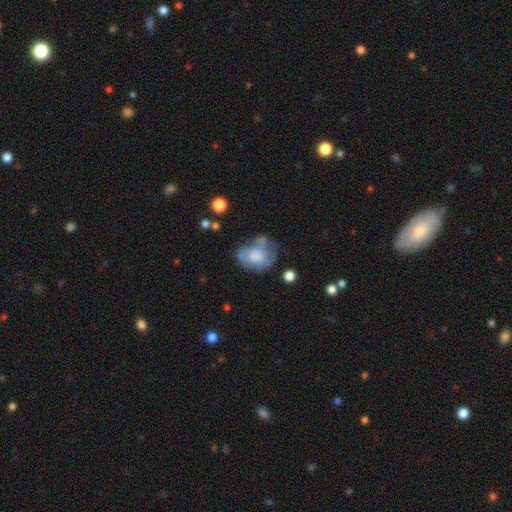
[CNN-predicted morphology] smooth_or_featured: smooth (p=0.58) [alt: featured or disk p=0.34]
how_rounded: in between (p=0.65) [alt: round p=0.34]
merging: none (p=0.30) [alt: minor disturbance p=0.27]